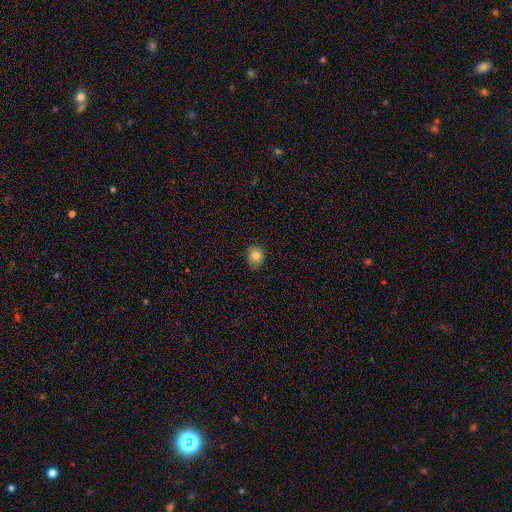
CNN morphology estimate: This is clearly a smooth galaxy (81%). How rounded: possibly round (58%). Merging: clearly none (86%).